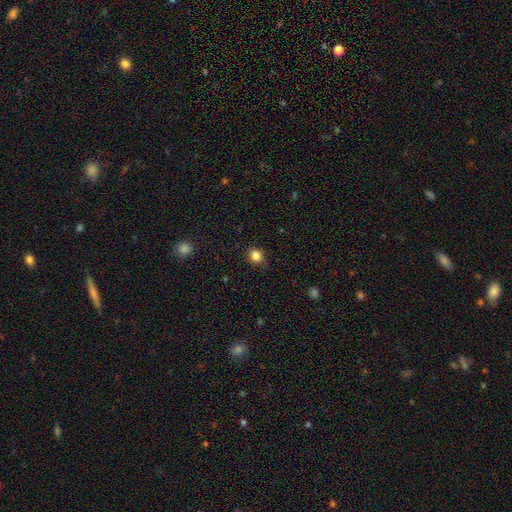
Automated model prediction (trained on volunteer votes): Morphology: type=smooth (84%); roundness=round (78%); merging=none (88%).